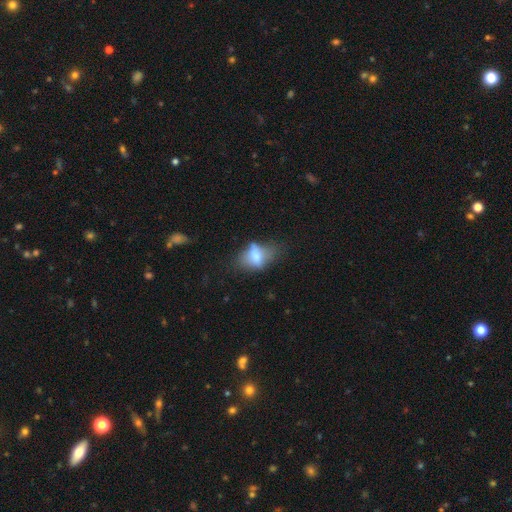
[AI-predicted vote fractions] A smooth galaxy with no disk features (58%) that is in between round and cigar-shaped (80%).

Vote fractions:
- Smooth or featured? smooth: 58% / featured or disk: 31% / star or artifact: 11%
- How rounded? in between: 80% / round: 15% / cigar-shaped: 5%
- Merging? none: 39% / minor disturbance: 29% / major disturbance: 27% / merger: 6%